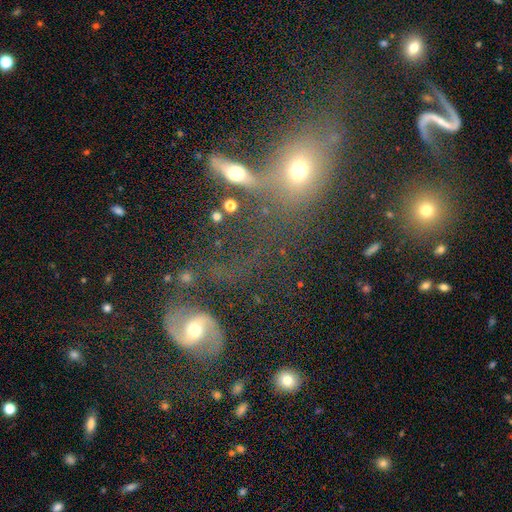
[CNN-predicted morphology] A featured or disk galaxy (50%).

Vote fractions:
- Smooth or featured? featured or disk: 50% / smooth: 31% / star or artifact: 19%
- Merging? none: 42% / merger: 21% / major disturbance: 21% / minor disturbance: 16%